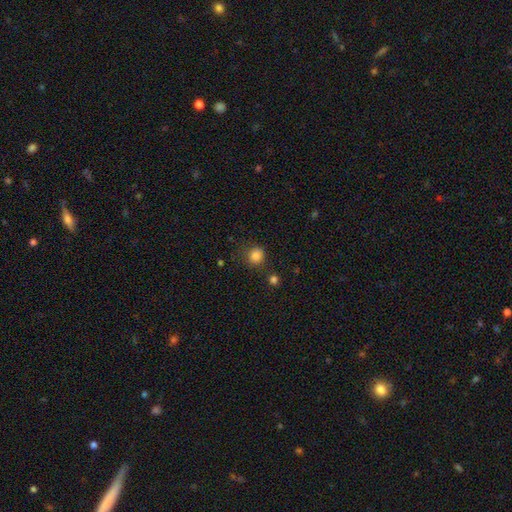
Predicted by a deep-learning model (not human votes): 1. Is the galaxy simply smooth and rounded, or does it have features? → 83% smooth, 13% star or artifact, 4% featured or disk.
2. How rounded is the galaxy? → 85% round, 14% in between, 1% cigar-shaped.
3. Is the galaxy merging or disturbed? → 77% none, 14% minor disturbance, 5% merger, 4% major disturbance.